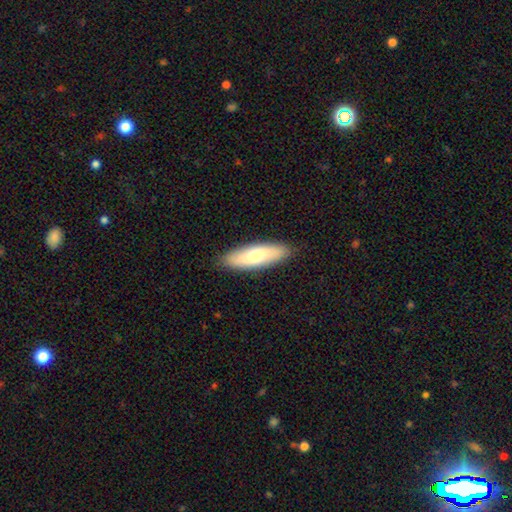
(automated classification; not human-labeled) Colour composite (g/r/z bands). It shows a smooth galaxy with no disk features (70%) that is in between round and cigar-shaped (50%). Merging: none (89%).